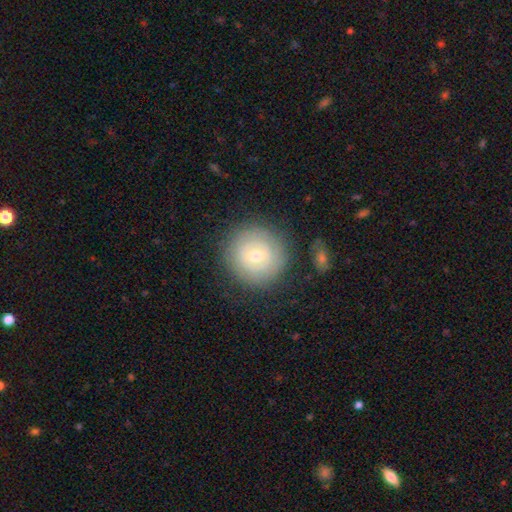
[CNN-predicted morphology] A featured or disk galaxy (53%) with no bar (59%), spiral arms (54%) and a moderate central bulge (64%). Merging: none (82%).